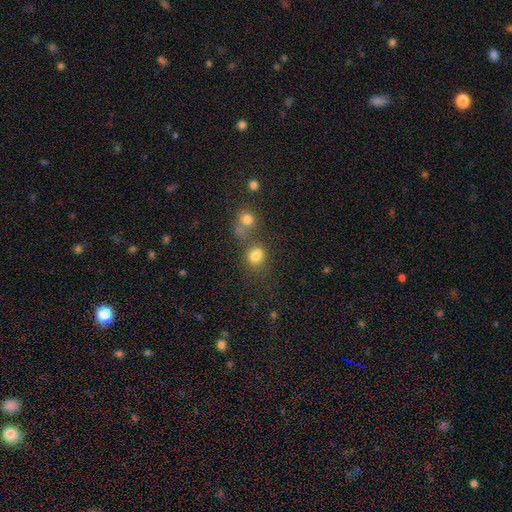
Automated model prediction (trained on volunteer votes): smooth-or-featured: smooth: 78% | star or artifact: 14% | featured or disk: 8%
  how-rounded: round: 70% | in between: 29% | cigar-shaped: 1%
  merging: none: 53% | merger: 28% | minor disturbance: 13% | major disturbance: 7%